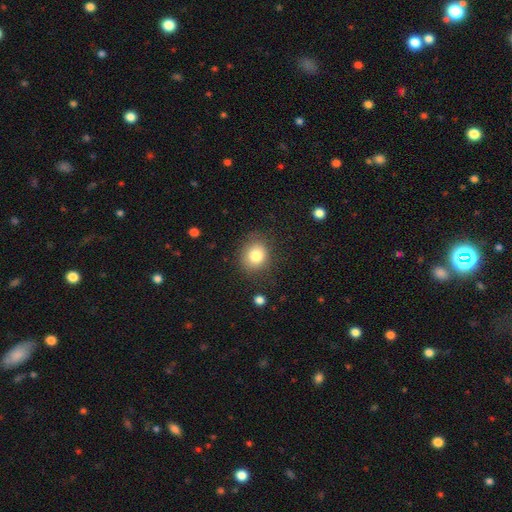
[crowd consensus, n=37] Volunteers were most divided on "how rounded": round: 74%, in between: 26%, cigar-shaped: 0%. More confident: smooth or featured — smooth (95%); merging — none (80%).